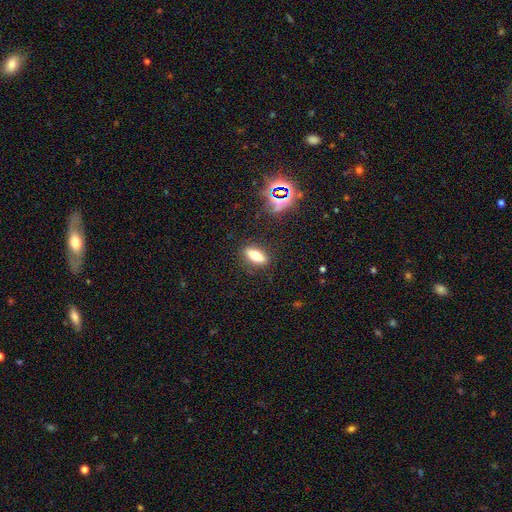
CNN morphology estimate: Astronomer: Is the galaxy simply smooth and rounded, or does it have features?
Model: smooth — 63%.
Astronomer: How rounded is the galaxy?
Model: in between — 69%.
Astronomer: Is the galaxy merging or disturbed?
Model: none — 86%.